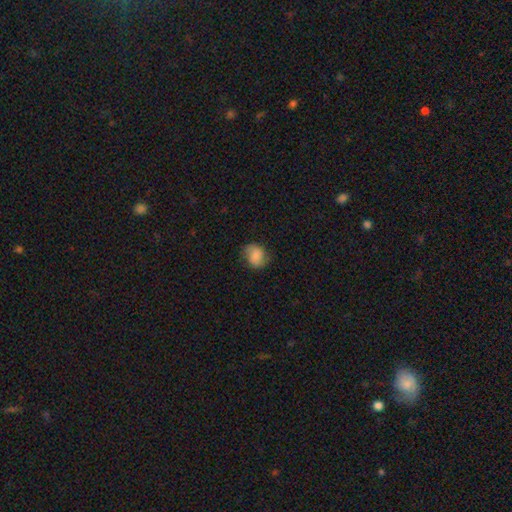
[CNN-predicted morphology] smooth 78%, featured or disk 14%, star or artifact 8%. Down the decision tree: how rounded — round (60%); merging — none (72%).